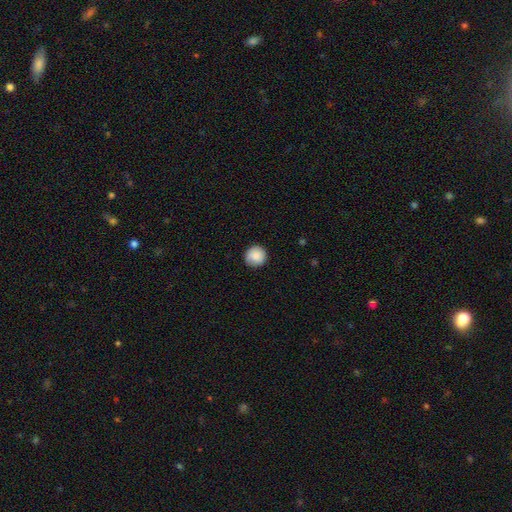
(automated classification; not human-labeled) This is clearly a smooth galaxy (88%). How rounded: clearly round (94%). Merging: clearly none (89%).